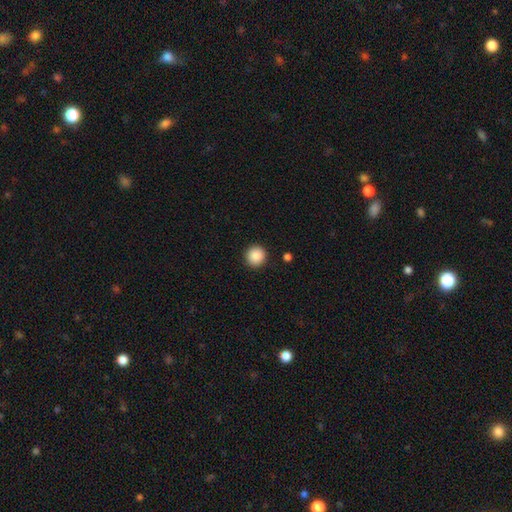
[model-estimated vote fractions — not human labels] A smooth galaxy with no disk features (89%) that is round (95%).

Vote fractions:
- Smooth or featured? smooth: 89% / star or artifact: 9% / featured or disk: 3%
- How rounded? round: 95% / in between: 4% / cigar-shaped: 1%
- Merging? none: 92% / minor disturbance: 5% / major disturbance: 2% / merger: 1%